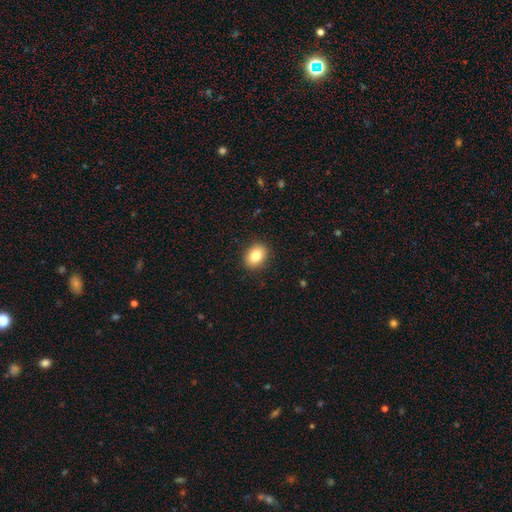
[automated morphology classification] A smooth galaxy with no disk features (82%) that is in between round and cigar-shaped (58%).

Vote fractions:
- Smooth or featured? smooth: 82% / star or artifact: 9% / featured or disk: 9%
- How rounded? in between: 58% / round: 41% / cigar-shaped: 1%
- Merging? none: 90% / minor disturbance: 7% / major disturbance: 2% / merger: 1%